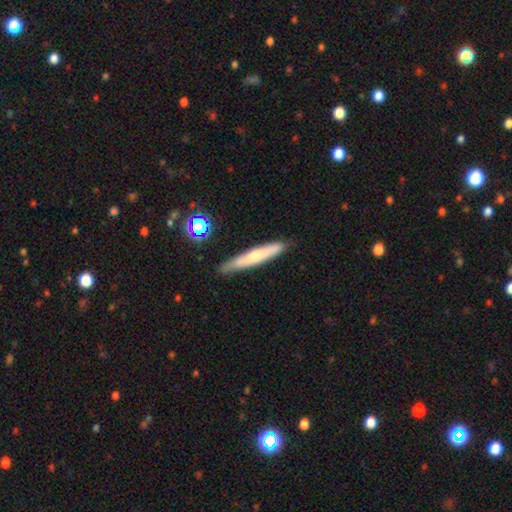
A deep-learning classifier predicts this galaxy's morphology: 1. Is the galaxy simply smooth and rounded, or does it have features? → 51% smooth, 42% featured or disk, 7% star or artifact.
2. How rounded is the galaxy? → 93% cigar-shaped, 6% in between, 1% round.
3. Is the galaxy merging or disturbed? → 83% none, 13% minor disturbance, 2% major disturbance, 2% merger.